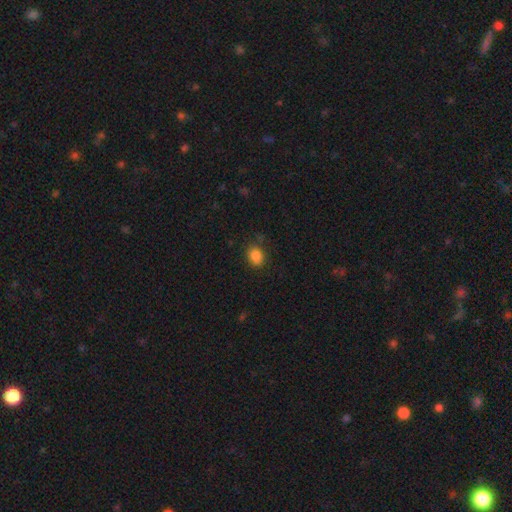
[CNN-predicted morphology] This appears to be a smooth galaxy with no disk features (86%) that is in between round and cigar-shaped (66%). Merging: none (80%).